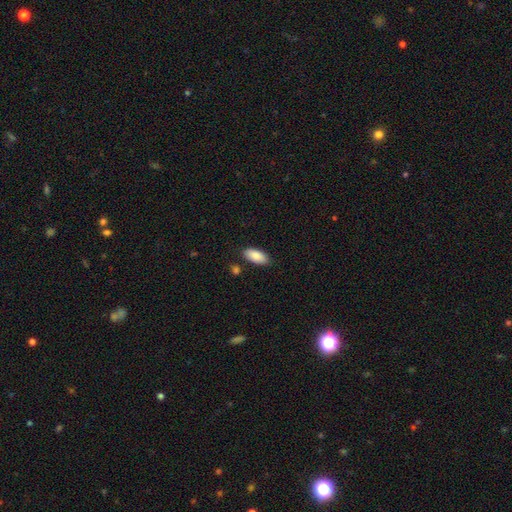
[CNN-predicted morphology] Smooth or featured?
  - smooth: 88% *
  - featured or disk: 6%
  - star or artifact: 6%
How rounded?
  - in between: 90% *
  - cigar-shaped: 8%
  - round: 2%
Merging?
  - none: 84% *
  - minor disturbance: 11%
  - merger: 3%
  - major disturbance: 2%